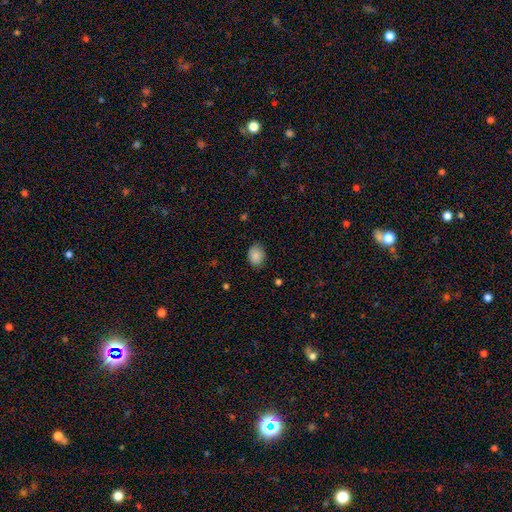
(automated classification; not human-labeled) Overall: smooth (87%). How rounded: in between (59%; round 41%). Merging: none (81%).